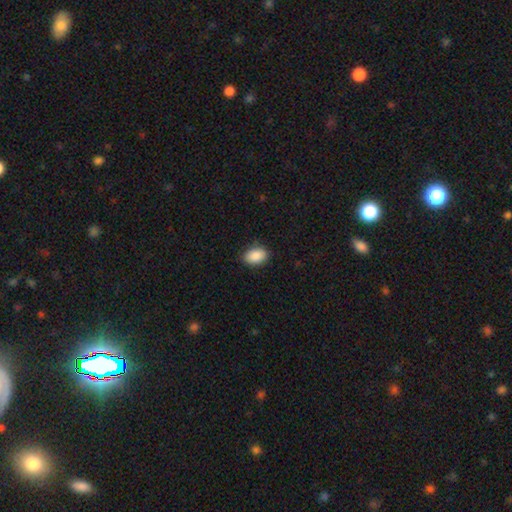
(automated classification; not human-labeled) Smooth or featured? Predicted: smooth (p=0.90). How rounded? Predicted: in between (p=0.89). Merging? Predicted: none (p=0.86).